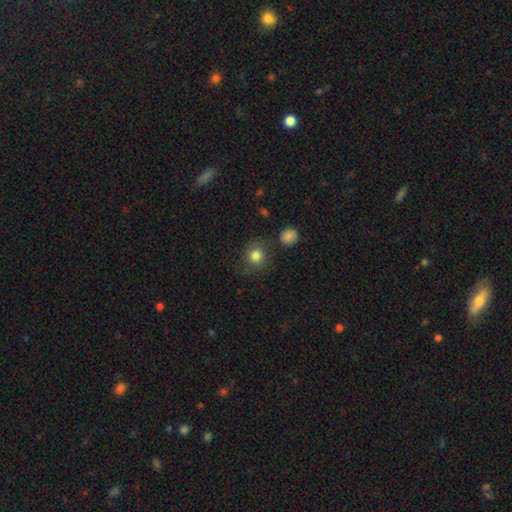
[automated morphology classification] Q: Smooth or featured?
A: smooth (81%); runner-up: star or artifact (12%)
Q: How rounded?
A: round (86%); runner-up: in between (13%)
Q: Merging?
A: none (78%); runner-up: minor disturbance (13%)